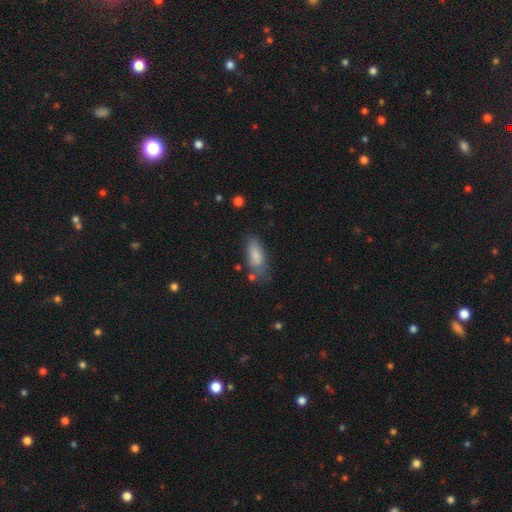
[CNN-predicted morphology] This is clearly a smooth galaxy (83%). How rounded: clearly in between (80%). Merging: likely none (61%).